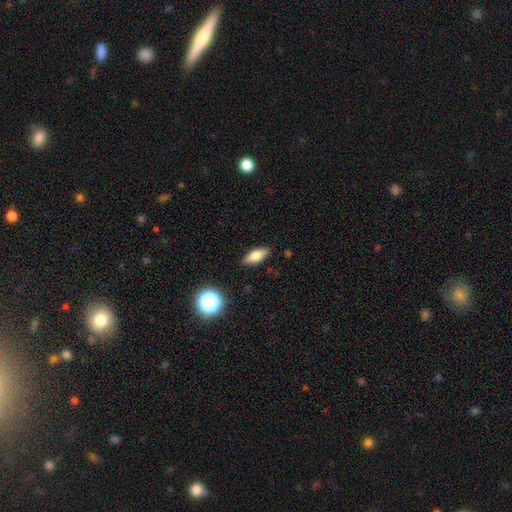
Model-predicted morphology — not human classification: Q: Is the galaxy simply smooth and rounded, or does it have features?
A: smooth — 68%.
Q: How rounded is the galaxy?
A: in between — 73%.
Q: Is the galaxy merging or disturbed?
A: none — 87%.